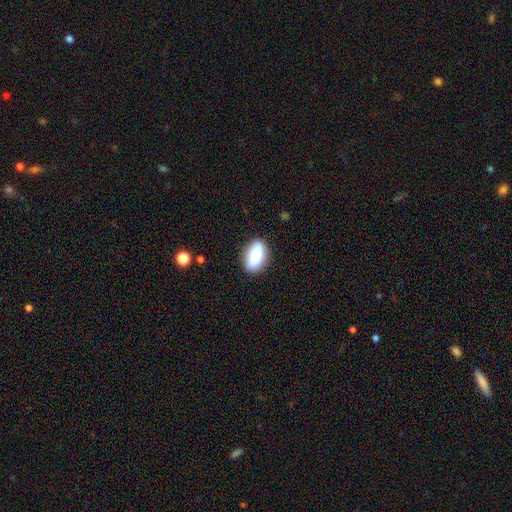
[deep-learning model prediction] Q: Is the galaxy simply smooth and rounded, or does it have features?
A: smooth — 84%.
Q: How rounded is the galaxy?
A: in between — 91%.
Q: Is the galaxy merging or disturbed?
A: none — 86%.